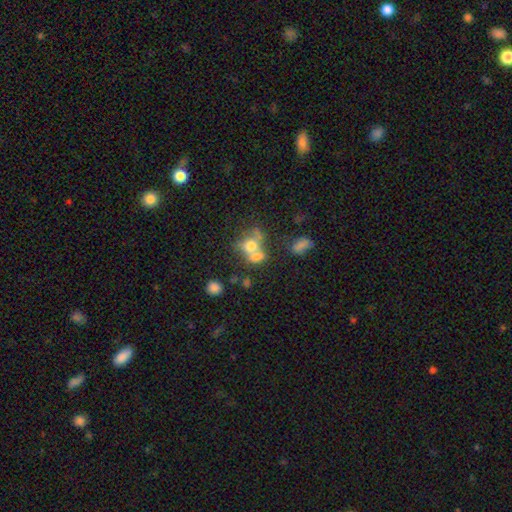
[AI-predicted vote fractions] This is likely a smooth galaxy (61%). How rounded: possibly round (51%). Merging: possibly merger (55%).